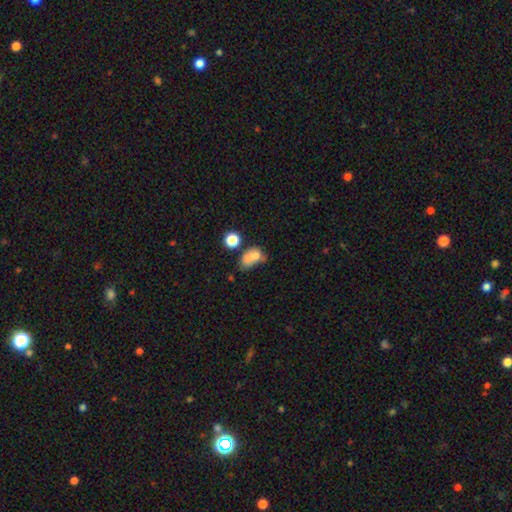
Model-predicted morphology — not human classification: Overall: smooth (71%). How rounded: in between (78%). Merging: minor disturbance (27%, tied with none).